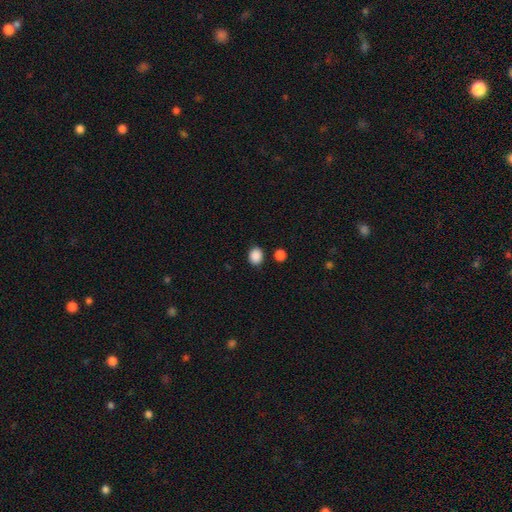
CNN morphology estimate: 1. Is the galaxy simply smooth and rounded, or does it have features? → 88% smooth, 9% star or artifact, 3% featured or disk.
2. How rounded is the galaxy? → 55% round, 44% in between, 1% cigar-shaped.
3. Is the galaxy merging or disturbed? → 84% none, 9% minor disturbance, 4% merger, 3% major disturbance.